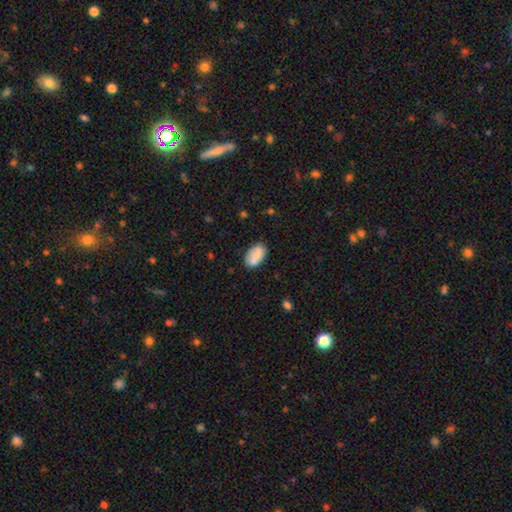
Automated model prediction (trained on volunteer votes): Smooth or featured: smooth — 82% (featured or disk — 11%)
How rounded: in between — 93% (round — 4%)
Merging: none — 80% (minor disturbance — 15%)